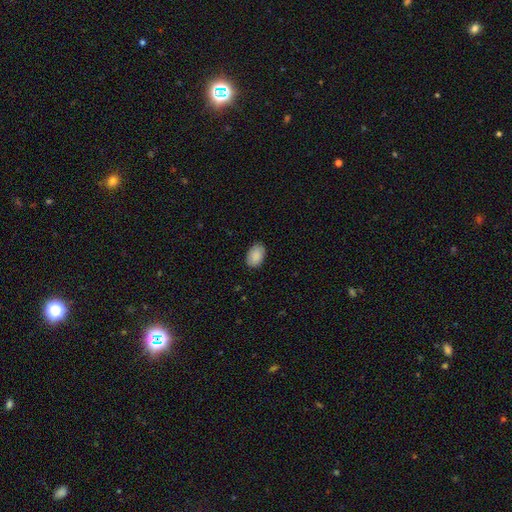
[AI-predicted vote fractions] smooth-or-featured: smooth: 90% | star or artifact: 6% | featured or disk: 4%
  how-rounded: in between: 88% | round: 11% | cigar-shaped: 1%
  merging: none: 86% | minor disturbance: 11% | major disturbance: 2% | merger: 1%